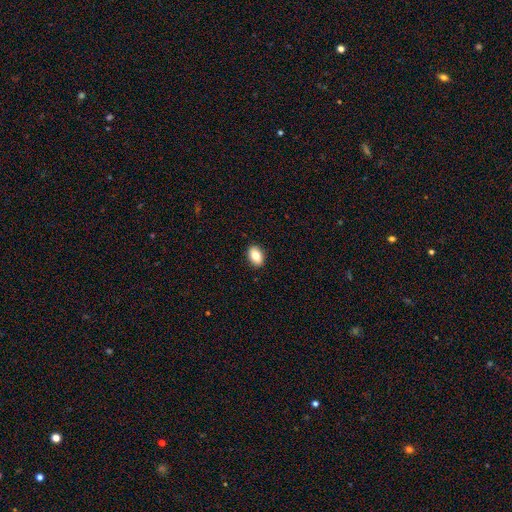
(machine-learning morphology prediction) smooth-or-featured: smooth: 83% | featured or disk: 10% | star or artifact: 8%
  how-rounded: in between: 83% | round: 16% | cigar-shaped: 1%
  merging: none: 90% | minor disturbance: 7% | major disturbance: 2% | merger: 1%